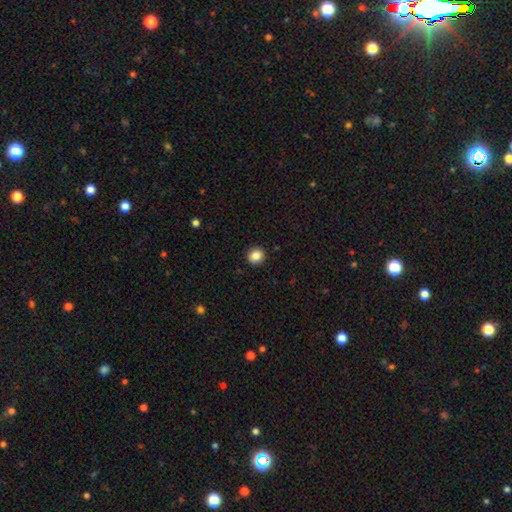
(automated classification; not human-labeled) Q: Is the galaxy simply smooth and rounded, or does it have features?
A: smooth — 86%.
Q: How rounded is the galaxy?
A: round — 88%.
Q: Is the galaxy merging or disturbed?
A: none — 92%.